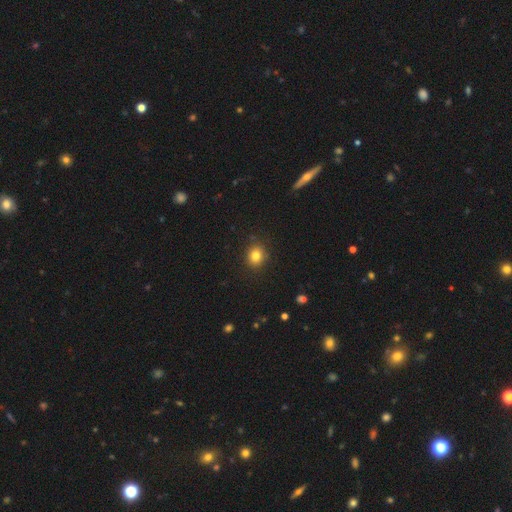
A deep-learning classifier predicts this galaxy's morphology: A smooth galaxy with no disk features (82%) that is round (73%).

Vote fractions:
- Smooth or featured? smooth: 82% / star or artifact: 12% / featured or disk: 7%
- How rounded? round: 73% / in between: 26% / cigar-shaped: 1%
- Merging? none: 88% / minor disturbance: 8% / major disturbance: 2% / merger: 1%